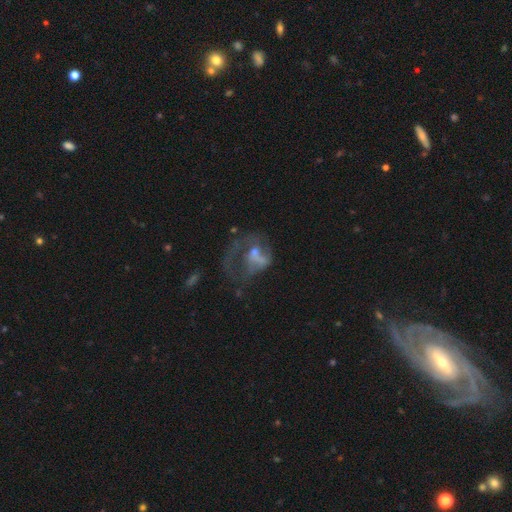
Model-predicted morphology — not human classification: smooth-or-featured: featured or disk: 59% | smooth: 29% | star or artifact: 12%
  disk-edge-on: no: 98% | yes: 2%
    bar: no: 73% | weak: 22% | strong: 5%
    has-spiral-arms: no: 53% | yes: 47%
    bulge-size: small: 40% | none: 28% | moderate: 26% | large: 4% | dominant: 2%
  merging: major disturbance: 56% | none: 21% | minor disturbance: 13% | merger: 10%